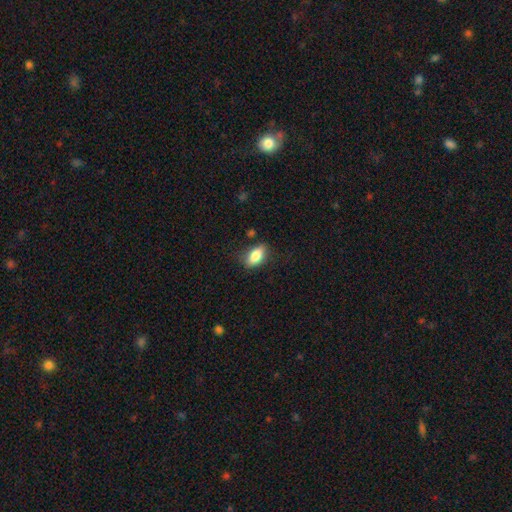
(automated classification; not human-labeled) Morphology: type=smooth (83%); roundness=in between (88%); merging=none (74%).